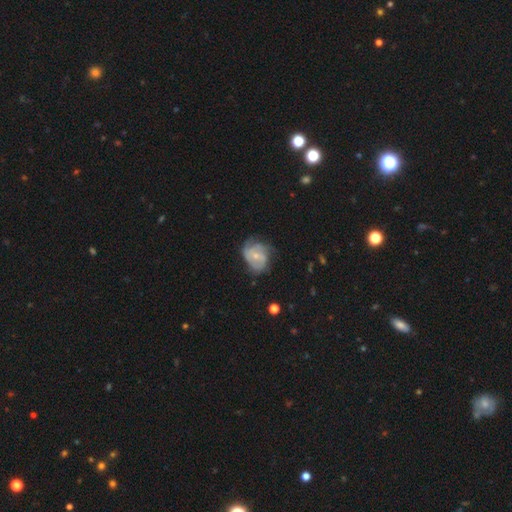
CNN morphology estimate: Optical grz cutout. It shows a featured or disk galaxy (66%) with no bar (71%), tight (44%) spiral arms (81%) and a small central bulge (64%). Merging: none (48%).